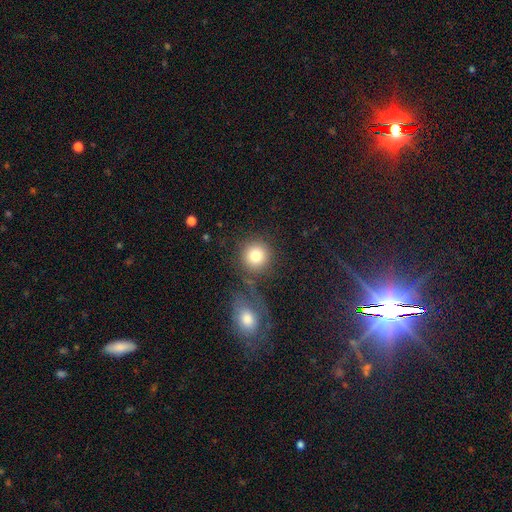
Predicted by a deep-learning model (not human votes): This appears to be a smooth galaxy with no disk features (81%) that is round (92%). Merging: none (71%).